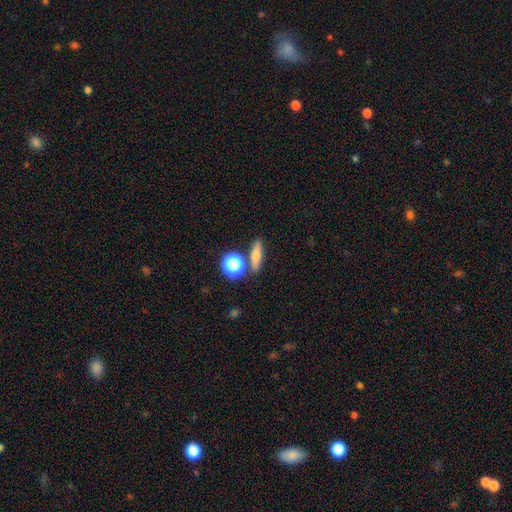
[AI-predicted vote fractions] This is likely a smooth galaxy (63%). How rounded: possibly cigar-shaped (50%). Merging: likely none (78%).